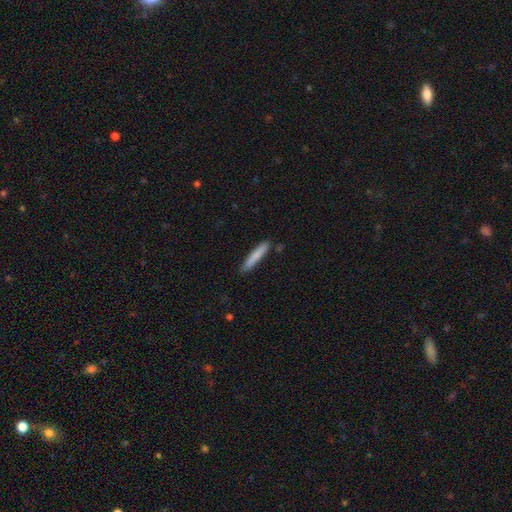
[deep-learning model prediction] Overall: smooth (79%). How rounded: cigar-shaped (94%). Merging: none (87%).